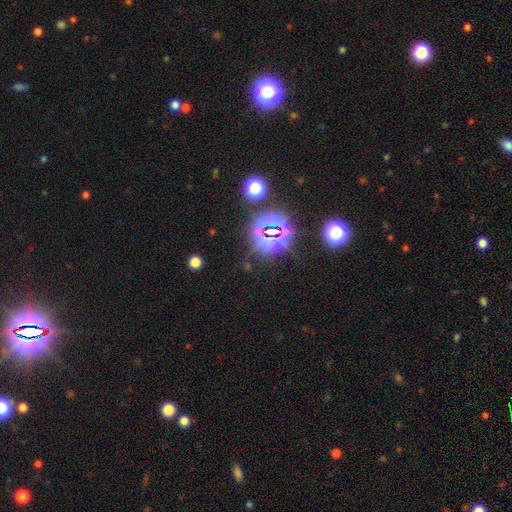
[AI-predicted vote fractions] Morphology: type=star or artifact (79%).